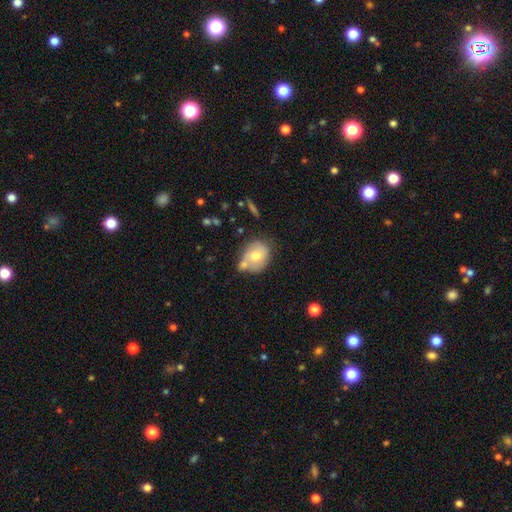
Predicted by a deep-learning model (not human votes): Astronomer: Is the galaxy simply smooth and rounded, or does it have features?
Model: smooth — 62%.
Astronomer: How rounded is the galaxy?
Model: round — 62%.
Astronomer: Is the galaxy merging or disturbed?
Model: none — 44% (runner-up: merger, 31%).